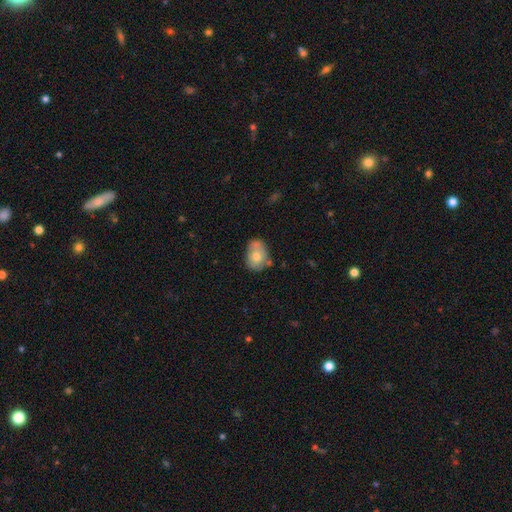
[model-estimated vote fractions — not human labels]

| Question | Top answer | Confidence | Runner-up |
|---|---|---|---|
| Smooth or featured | smooth | 65% | featured or disk (26%) |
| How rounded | in between | 62% | round (37%) |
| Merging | none | 56% | minor disturbance (27%) |